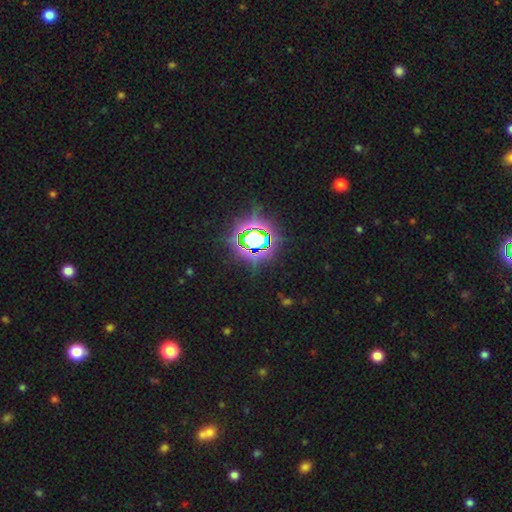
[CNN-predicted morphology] A star or artifact, not a galaxy (77%).

Vote fractions:
- Smooth or featured? star or artifact: 77% / smooth: 14% / featured or disk: 9%